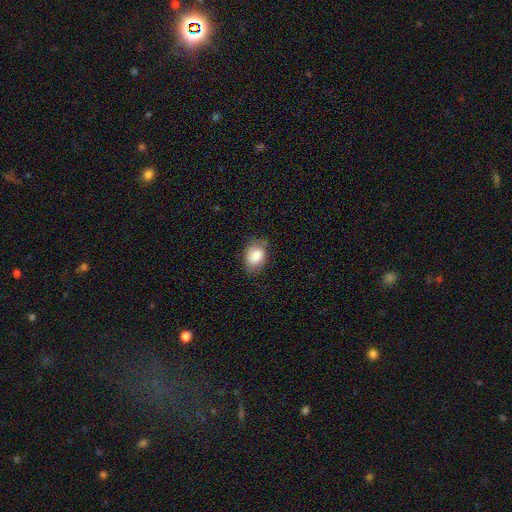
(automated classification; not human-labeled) The model was most divided on "how rounded": in between: 73%, round: 26%, cigar-shaped: 1%. More confident: smooth or featured — smooth (82%); merging — none (71%).